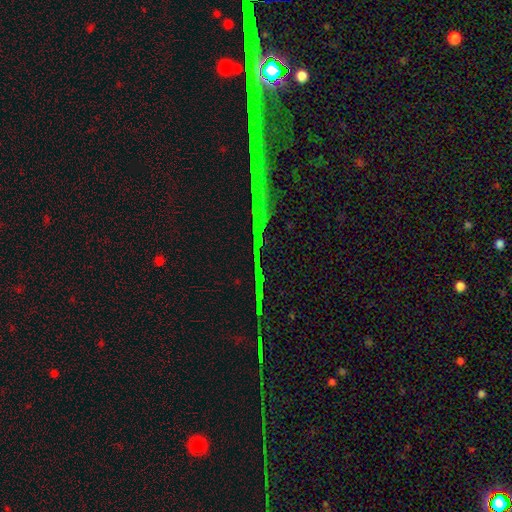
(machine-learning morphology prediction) A star or artifact, not a galaxy (80%).

Vote fractions:
- Smooth or featured? star or artifact: 80% / featured or disk: 11% / smooth: 9%